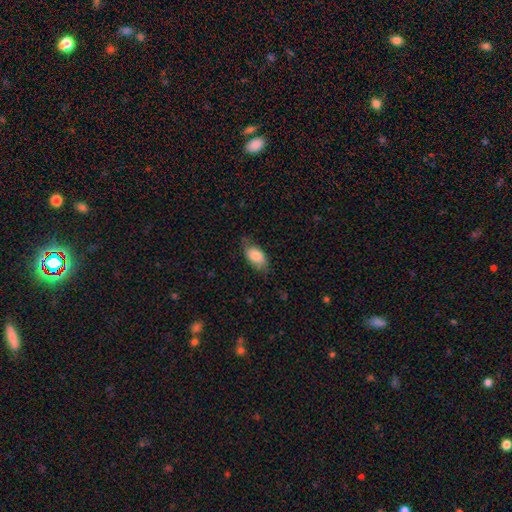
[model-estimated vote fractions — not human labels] The model was most divided on "merging": none: 64%, minor disturbance: 27%, major disturbance: 8%, merger: 1%. More confident: how rounded — in between (92%); smooth or featured — smooth (79%).